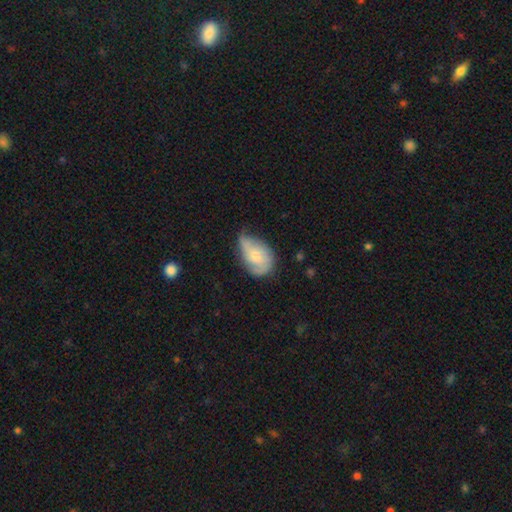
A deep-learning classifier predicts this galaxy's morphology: Overall: featured or disk (47%; smooth 46%). Merging: minor disturbance (44%; none 35%).